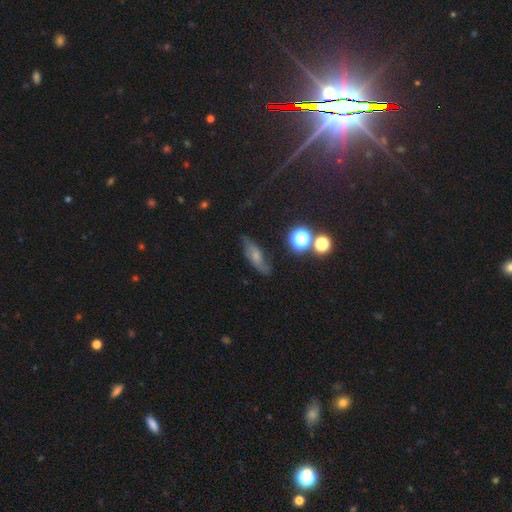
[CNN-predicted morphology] This is marginally a featured or disk galaxy (45%). Merging: likely none (69%).